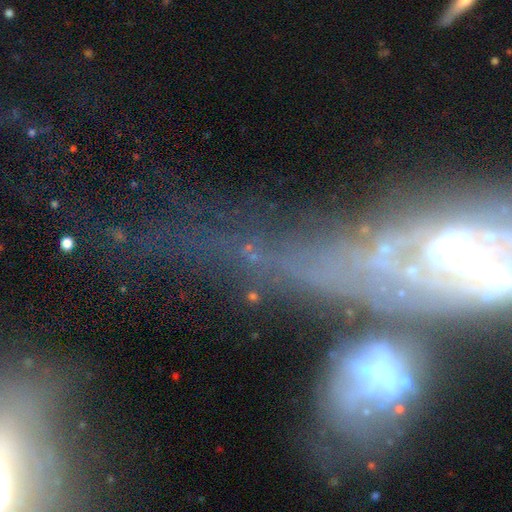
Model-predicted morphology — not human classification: The model was most divided on "merging": merger: 32%, none: 28%, major disturbance: 26%, minor disturbance: 14%. More confident: edge-on disk — no (66%); smooth or featured — featured or disk (60%).